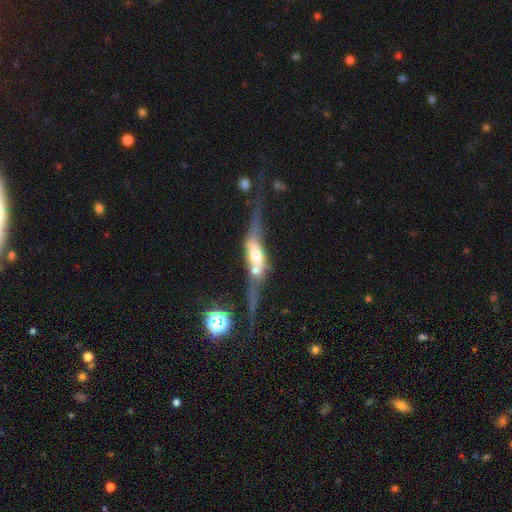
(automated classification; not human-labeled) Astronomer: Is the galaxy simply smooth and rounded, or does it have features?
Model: featured or disk — 70%.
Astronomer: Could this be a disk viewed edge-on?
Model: yes — 68%.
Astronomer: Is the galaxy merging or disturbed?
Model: none — 36% (runner-up: merger, 25%).